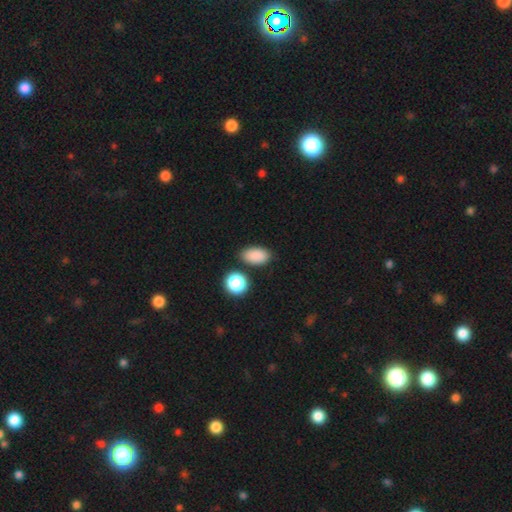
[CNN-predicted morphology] type=smooth (87%); roundness=in between (90%); merging=none (79%).